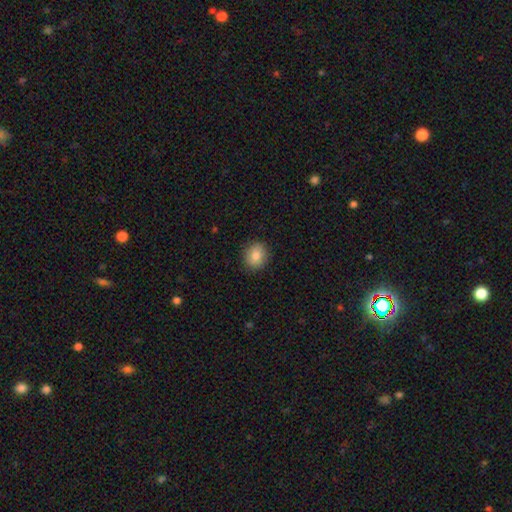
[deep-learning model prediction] smooth_or_featured: smooth (p=0.83) [alt: featured or disk p=0.09]
how_rounded: round (p=0.68) [alt: in between p=0.31]
merging: none (p=0.87) [alt: minor disturbance p=0.09]